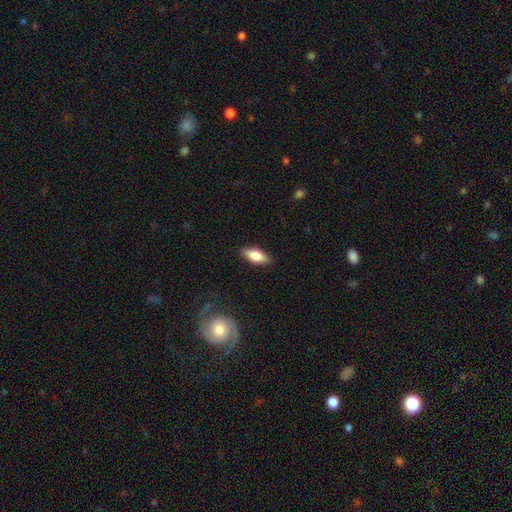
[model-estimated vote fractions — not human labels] This is likely a smooth galaxy (77%). How rounded: likely in between (78%). Merging: clearly none (86%).